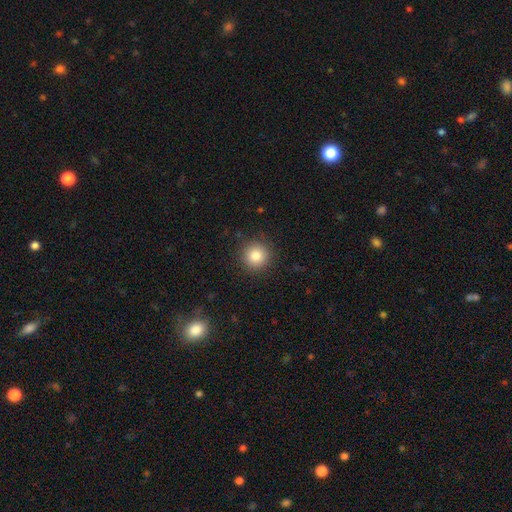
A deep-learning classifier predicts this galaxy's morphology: Smooth or featured? smooth (83%)
How rounded? round (94%)
Merging? none (90%)